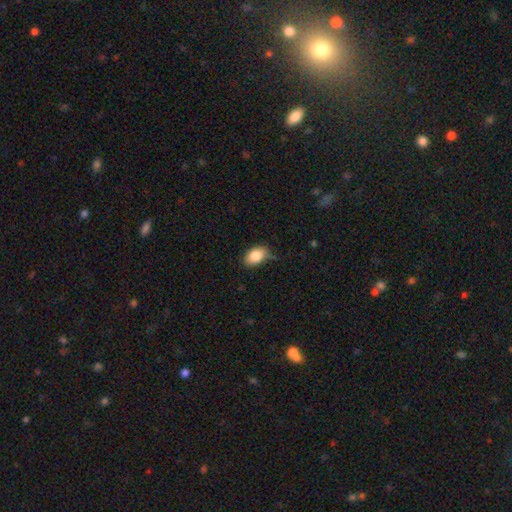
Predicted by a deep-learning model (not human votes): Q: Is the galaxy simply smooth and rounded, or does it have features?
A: smooth — 85%.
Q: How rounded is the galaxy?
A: in between — 84%.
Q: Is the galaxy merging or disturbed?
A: none — 67%.